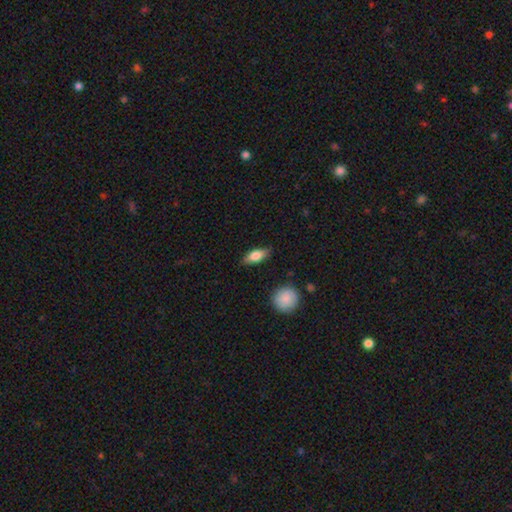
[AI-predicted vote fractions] smooth_or_featured: smooth (p=0.72) [alt: featured or disk p=0.22]
how_rounded: in between (p=0.75) [alt: cigar-shaped p=0.21]
merging: none (p=0.83) [alt: minor disturbance p=0.12]